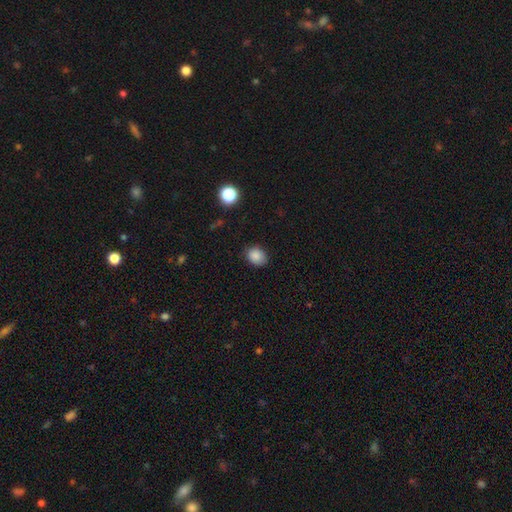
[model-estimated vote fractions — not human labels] smooth 86%, star or artifact 10%, featured or disk 4%. Down the decision tree: how rounded — round (50%); merging — none (83%).